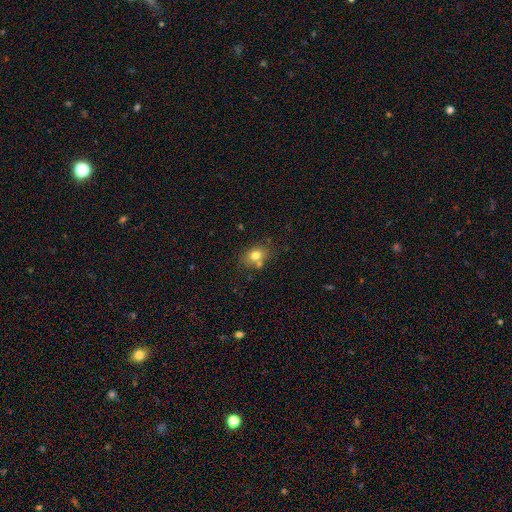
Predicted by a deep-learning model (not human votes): The model was most divided on "how rounded": in between: 58%, round: 41%, cigar-shaped: 1%. More confident: smooth or featured — smooth (75%); merging — none (64%).